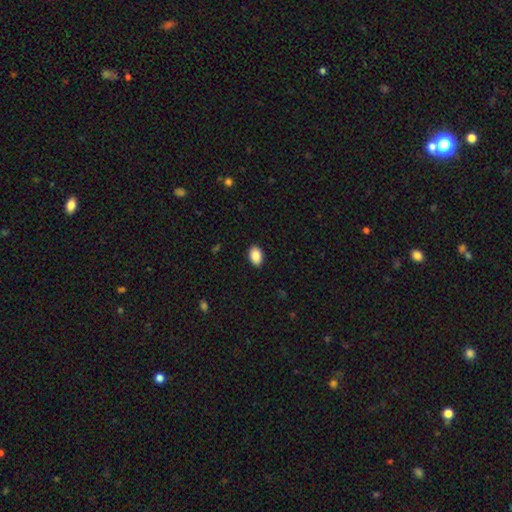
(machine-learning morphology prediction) A smooth galaxy with no disk features (89%) that is in between round and cigar-shaped (88%). Merging: none (90%).